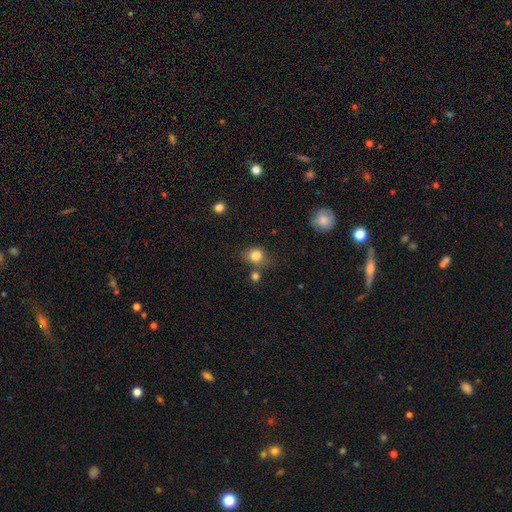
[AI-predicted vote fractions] smooth_or_featured: smooth (p=0.82) [alt: star or artifact p=0.11]
how_rounded: round (p=0.67) [alt: in between p=0.32]
merging: none (p=0.64) [alt: minor disturbance p=0.19]